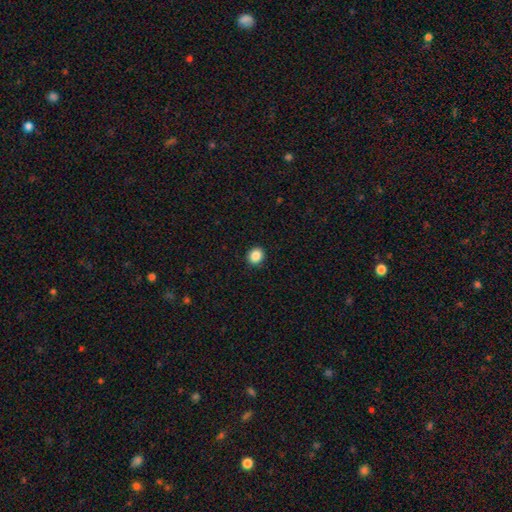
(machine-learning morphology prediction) This appears to be a smooth galaxy with no disk features (87%) that is round (76%). Merging: none (92%).